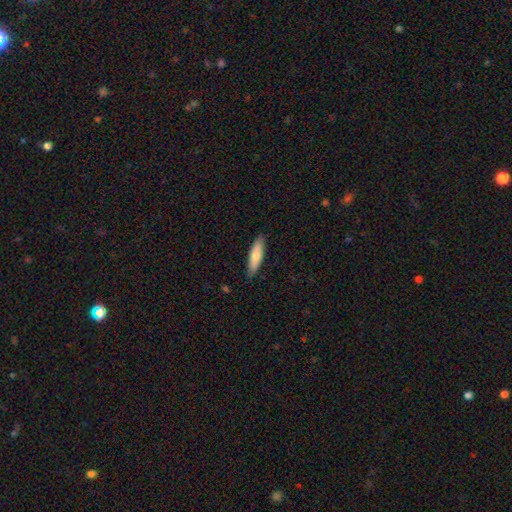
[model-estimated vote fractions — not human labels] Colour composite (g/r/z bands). It shows a smooth galaxy with no disk features (76%) that is cigar-shaped (64%). Merging: none (87%).